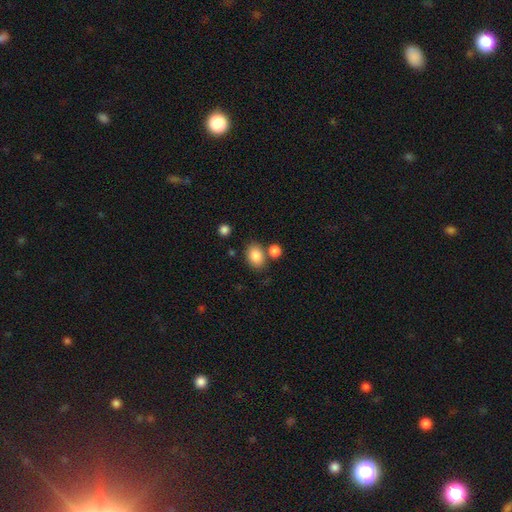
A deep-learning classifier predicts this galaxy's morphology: smooth_or_featured: smooth (p=0.86) [alt: star or artifact p=0.08]
how_rounded: in between (p=0.75) [alt: round p=0.24]
merging: none (p=0.67) [alt: merger p=0.17]